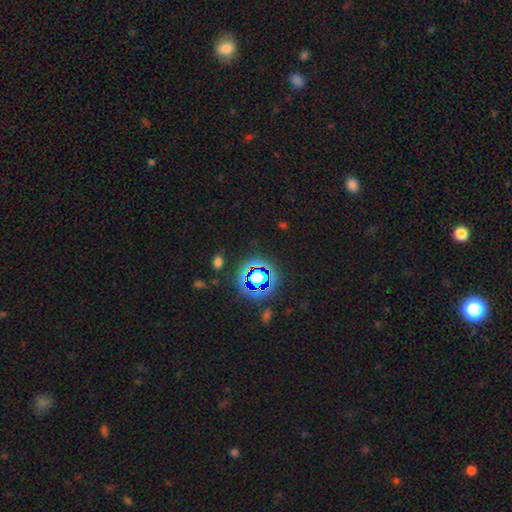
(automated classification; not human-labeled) A star or artifact, not a galaxy (73%).